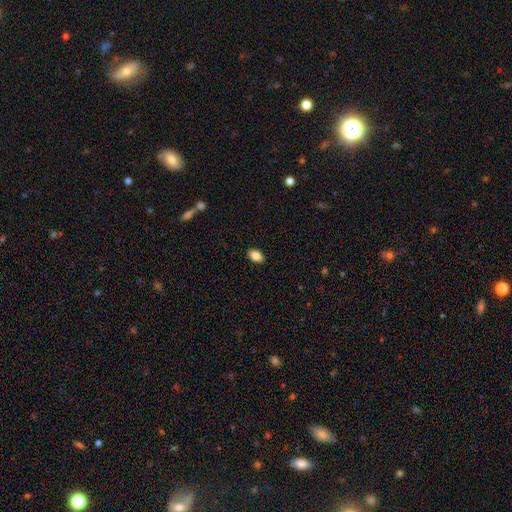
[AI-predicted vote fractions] Smooth or featured? Predicted: smooth (p=0.81). How rounded? Predicted: in between (p=0.89). Merging? Predicted: none (p=0.89).